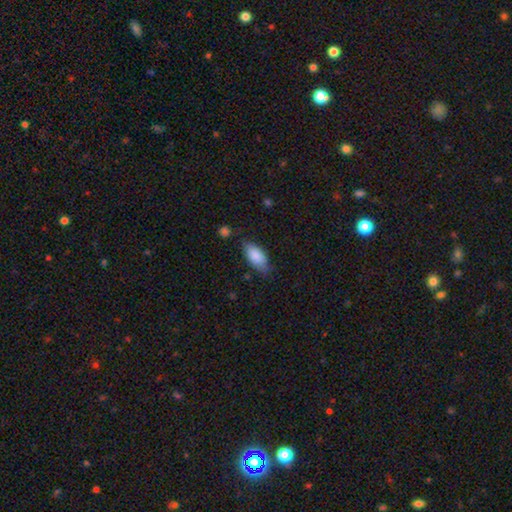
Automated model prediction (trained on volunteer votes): smooth_or_featured: smooth (p=0.84) [alt: featured or disk p=0.10]
how_rounded: in between (p=0.90) [alt: cigar-shaped p=0.07]
merging: none (p=0.66) [alt: minor disturbance p=0.26]